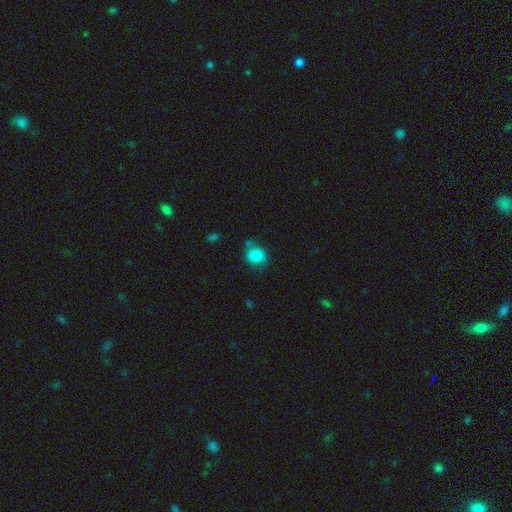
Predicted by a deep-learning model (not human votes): Q: Smooth or featured?
A: smooth (84%); runner-up: star or artifact (9%)
Q: How rounded?
A: round (61%); runner-up: in between (38%)
Q: Merging?
A: none (58%); runner-up: minor disturbance (26%)